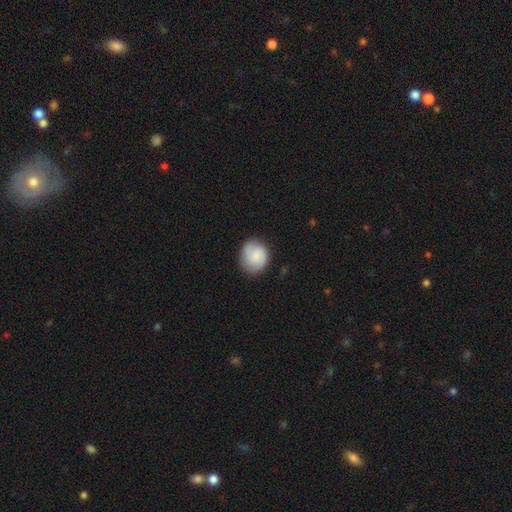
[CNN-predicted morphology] This is likely a smooth galaxy (66%). How rounded: likely round (77%). Merging: likely none (79%).